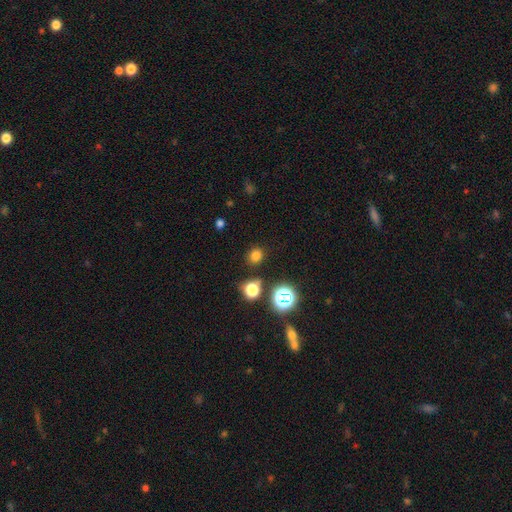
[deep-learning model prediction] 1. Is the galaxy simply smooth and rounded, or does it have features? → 73% smooth, 22% star or artifact, 5% featured or disk.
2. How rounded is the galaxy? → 79% round, 20% in between, 1% cigar-shaped.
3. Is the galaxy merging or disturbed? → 84% none, 9% minor disturbance, 4% merger, 3% major disturbance.